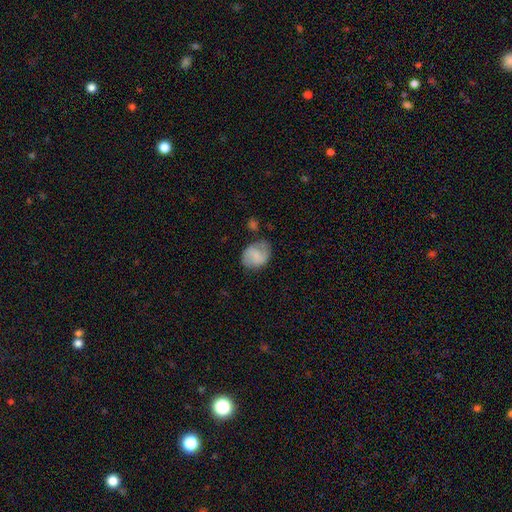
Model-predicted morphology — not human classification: A smooth galaxy with no disk features (57%) that is in between round and cigar-shaped (51%).

Vote fractions:
- Smooth or featured? smooth: 57% / featured or disk: 35% / star or artifact: 8%
- How rounded? in between: 51% / round: 48% / cigar-shaped: 1%
- Merging? none: 61% / minor disturbance: 25% / major disturbance: 9% / merger: 4%